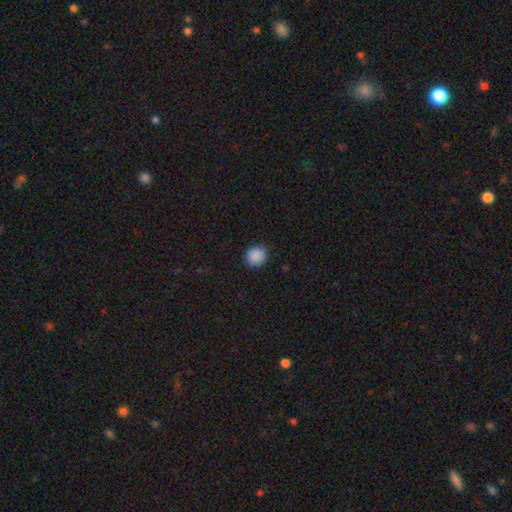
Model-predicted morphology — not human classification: This appears to be a smooth galaxy with no disk features (89%) that is round (81%). Merging: none (88%).